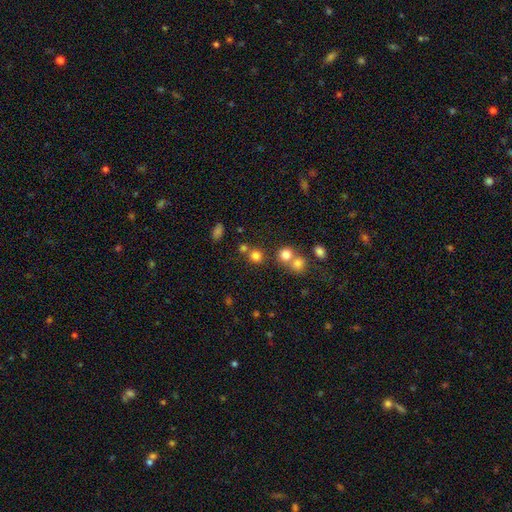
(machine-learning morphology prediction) This is likely a smooth galaxy (77%). How rounded: clearly round (88%). Merging: likely none (65%).